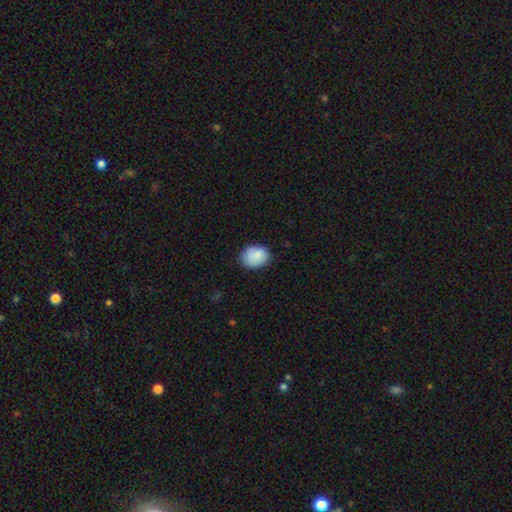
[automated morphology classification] A smooth galaxy with no disk features (85%) that is in between round and cigar-shaped (63%). Merging: none (69%).